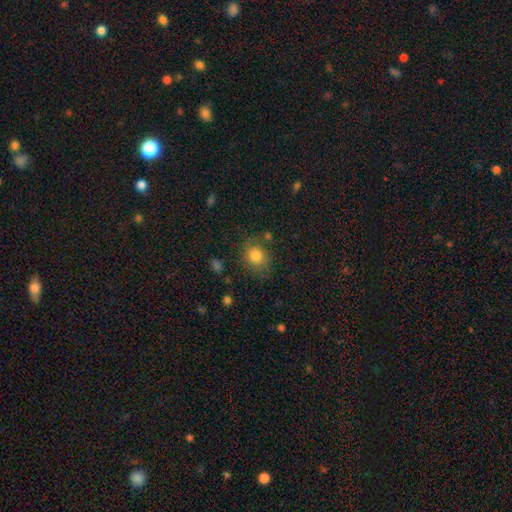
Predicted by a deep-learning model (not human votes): Smooth or featured: smooth — 82% (star or artifact — 10%)
How rounded: round — 68% (in between — 31%)
Merging: none — 73% (minor disturbance — 17%)